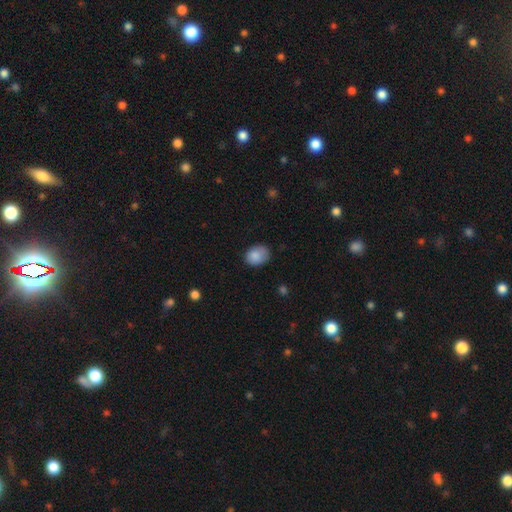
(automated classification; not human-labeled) This appears to be a smooth galaxy with no disk features (86%) that is in between round and cigar-shaped (61%). Merging: none (70%).